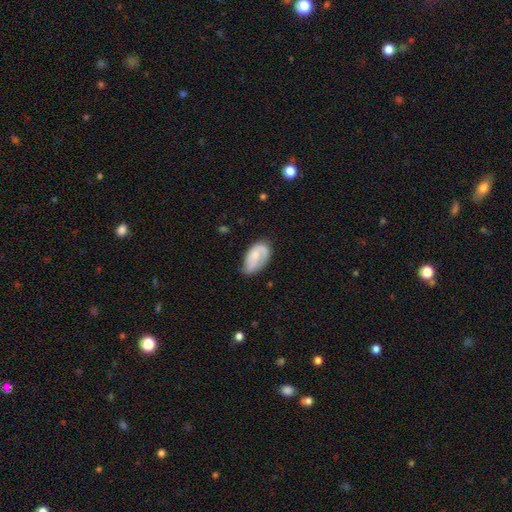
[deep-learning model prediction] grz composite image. It shows a smooth galaxy with no disk features (56%) that is in between round and cigar-shaped (93%). Merging: none (48%).